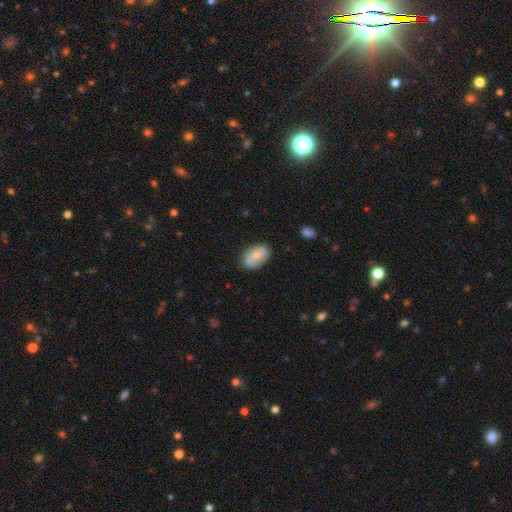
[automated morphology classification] A smooth galaxy with no disk features (65%) that is in between round and cigar-shaped (89%). Merging: none (78%).